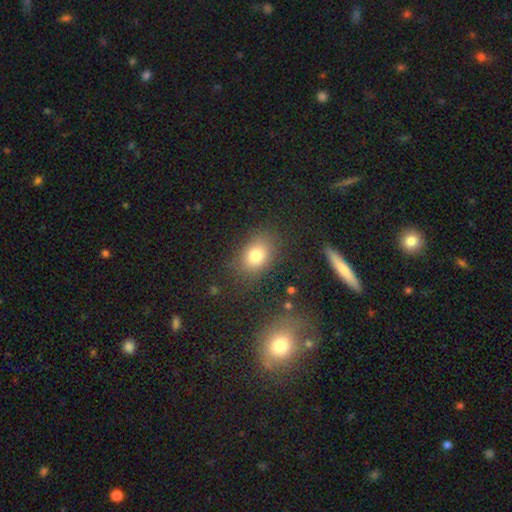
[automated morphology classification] type=smooth (79%); roundness=in between (70%); merging=none (79%).